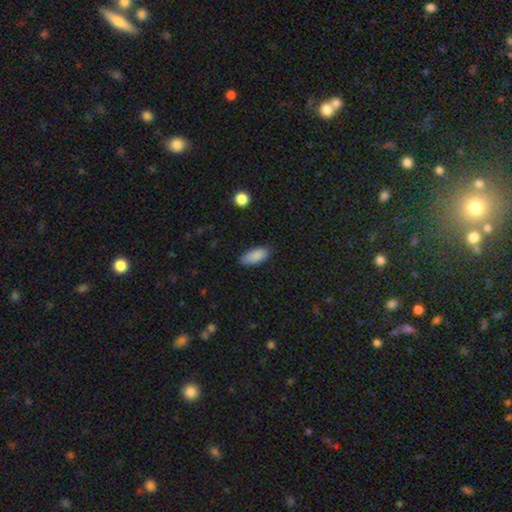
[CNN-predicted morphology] Smooth or featured? smooth (87%)
How rounded? in between (87%)
Merging? none (77%)